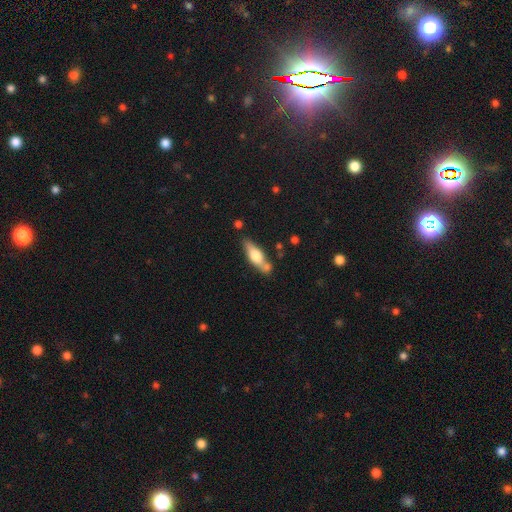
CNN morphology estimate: Smooth or featured? Predicted: smooth (p=0.51). How rounded? Predicted: cigar-shaped (p=0.50). Merging? Predicted: none (p=0.65).